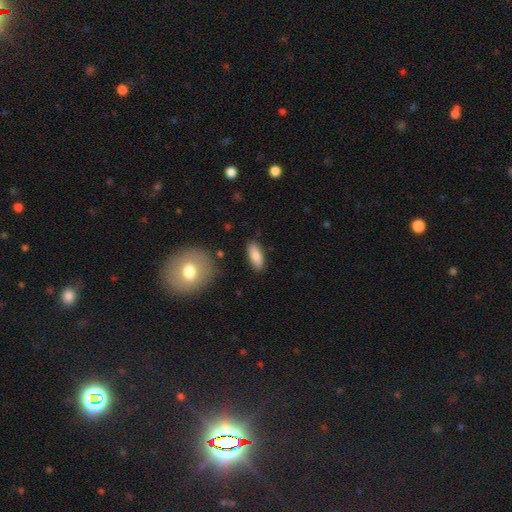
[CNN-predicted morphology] smooth 81%, featured or disk 12%, star or artifact 7%. Down the decision tree: how rounded — in between (76%); merging — none (84%).